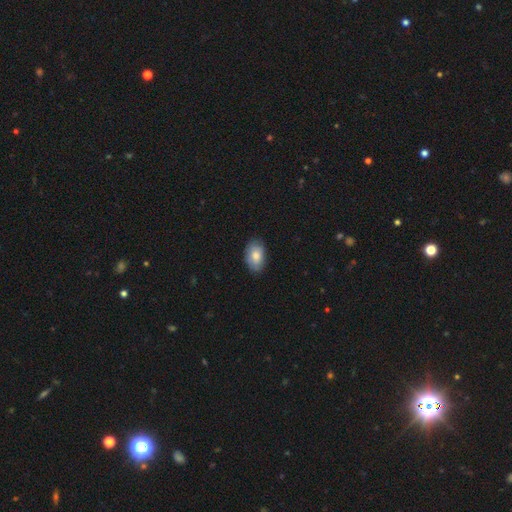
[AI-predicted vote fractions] Overall: smooth (82%). How rounded: in between (90%). Merging: none (83%).